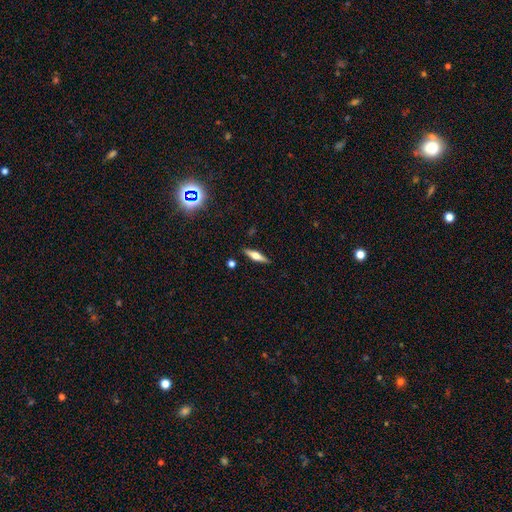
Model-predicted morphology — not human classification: This is possibly a featured or disk galaxy (52%). It is clearly viewed edge-on (94%). Merging: clearly none (88%).